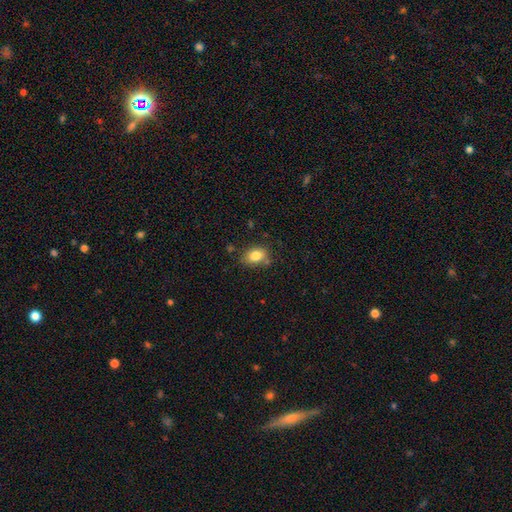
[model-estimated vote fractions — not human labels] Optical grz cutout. It shows a smooth galaxy with no disk features (82%) that is in between round and cigar-shaped (75%). Merging: none (74%).